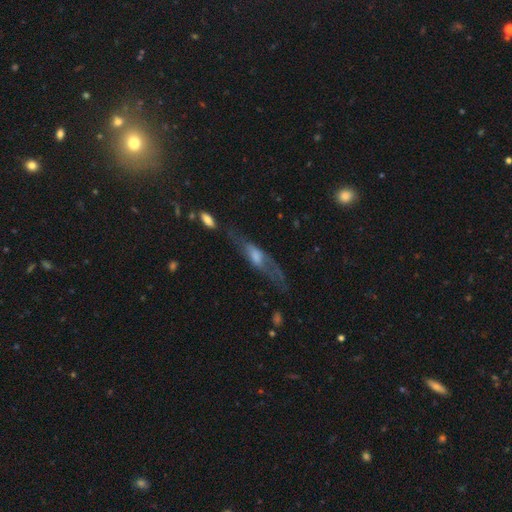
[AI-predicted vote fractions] A featured or disk galaxy (64%) viewed edge-on (66%). Merging: none (56%).